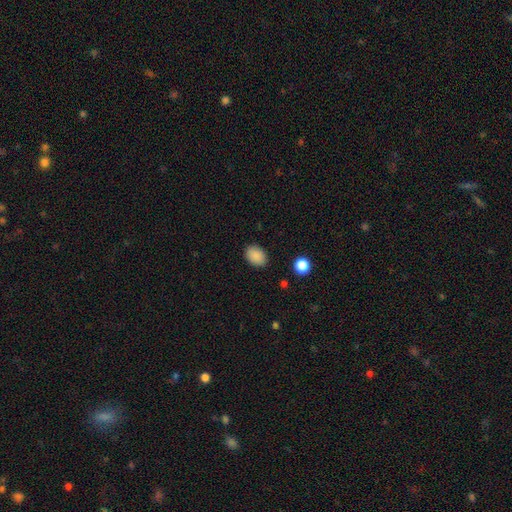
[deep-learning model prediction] This appears to be a smooth galaxy with no disk features (88%) that is in between round and cigar-shaped (71%). Merging: none (87%).